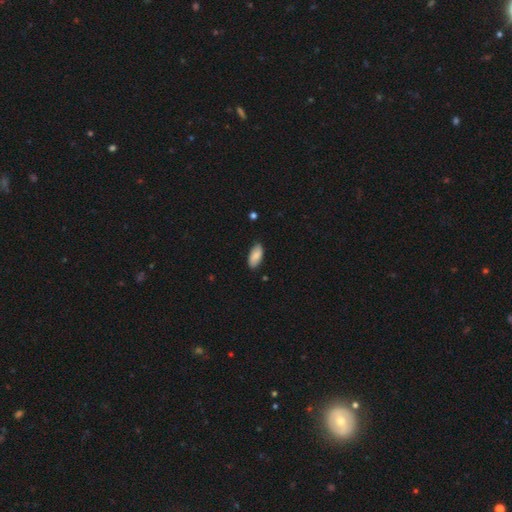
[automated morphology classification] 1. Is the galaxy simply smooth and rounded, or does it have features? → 84% smooth, 10% featured or disk, 6% star or artifact.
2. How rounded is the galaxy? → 92% in between, 7% cigar-shaped, 2% round.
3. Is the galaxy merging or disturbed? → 84% none, 12% minor disturbance, 2% major disturbance, 1% merger.